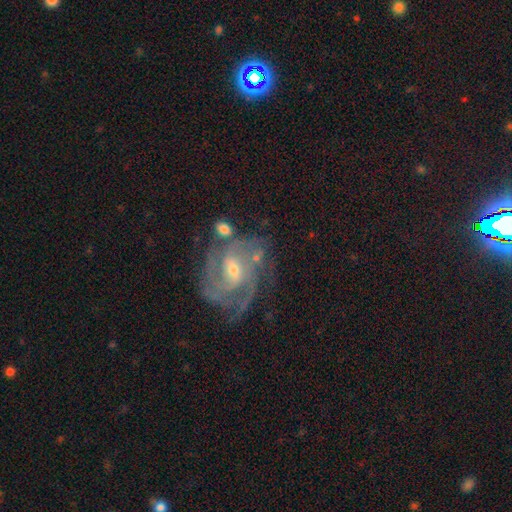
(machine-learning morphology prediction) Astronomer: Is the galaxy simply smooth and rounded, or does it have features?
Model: featured or disk — 86%.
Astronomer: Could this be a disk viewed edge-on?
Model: no — 97%.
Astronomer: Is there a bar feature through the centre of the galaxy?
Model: weak — 51% (runner-up: no, 32%).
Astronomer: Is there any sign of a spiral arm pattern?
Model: yes — 96%.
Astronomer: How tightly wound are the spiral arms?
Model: tight — 50% (runner-up: medium, 41%).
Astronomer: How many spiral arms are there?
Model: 3 — 33% (runner-up: can't tell, 22%).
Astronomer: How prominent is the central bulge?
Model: small — 59% (runner-up: moderate, 37%).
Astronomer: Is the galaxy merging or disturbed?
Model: none — 58%.